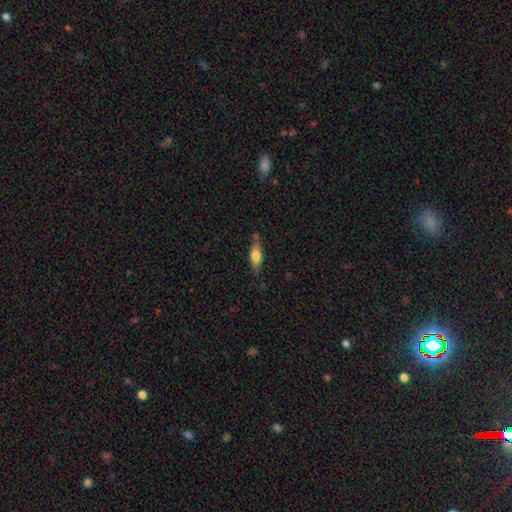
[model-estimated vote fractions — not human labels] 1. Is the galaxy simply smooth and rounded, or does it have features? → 68% smooth, 25% featured or disk, 7% star or artifact.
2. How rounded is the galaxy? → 60% in between, 38% cigar-shaped, 3% round.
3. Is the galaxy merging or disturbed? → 66% none, 23% minor disturbance, 6% merger, 5% major disturbance.